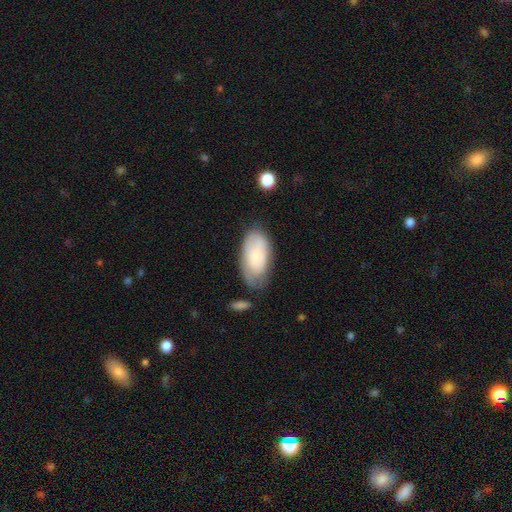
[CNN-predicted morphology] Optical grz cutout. It shows a smooth galaxy with no disk features (70%) that is in between round and cigar-shaped (95%). Merging: none (64%).